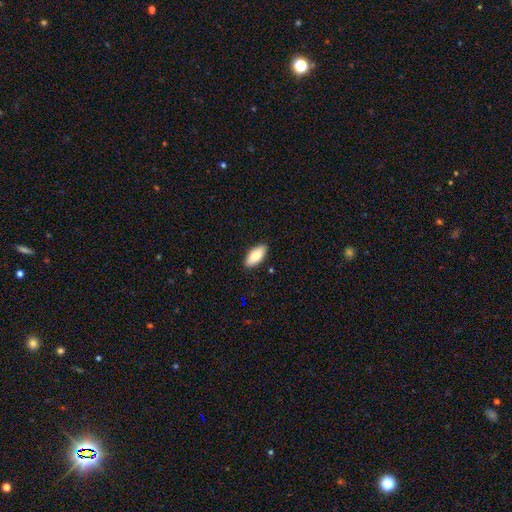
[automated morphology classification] Overall: smooth (80%). How rounded: in between (90%). Merging: none (88%).